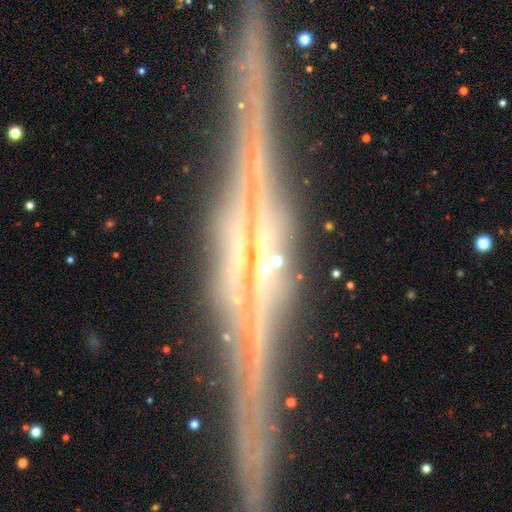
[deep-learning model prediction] Smooth or featured? Predicted: featured or disk (p=0.88). Edge-on disk? Predicted: yes (p=0.98). Edge-on bulge? Predicted: boxy (p=0.45). Merging? Predicted: none (p=0.91).